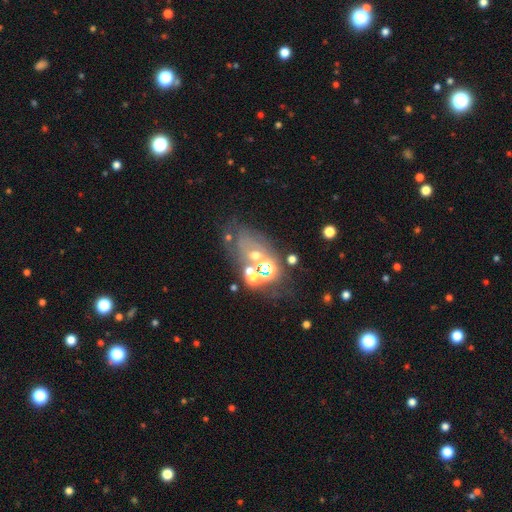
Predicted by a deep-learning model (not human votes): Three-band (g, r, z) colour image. It shows a star or artifact, not a galaxy (34%, tied with smooth).